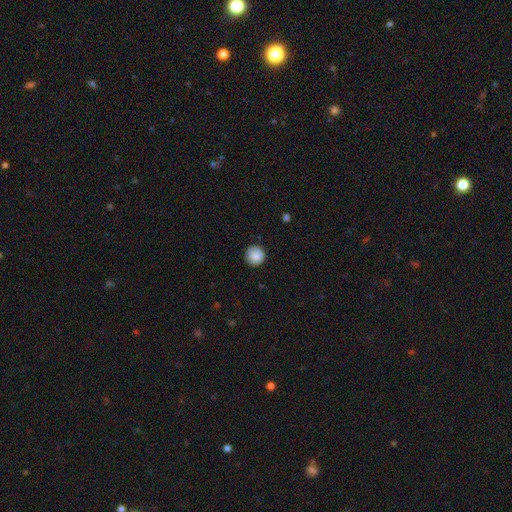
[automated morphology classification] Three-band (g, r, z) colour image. It shows a smooth galaxy with no disk features (87%) that is round (95%). Merging: none (87%).